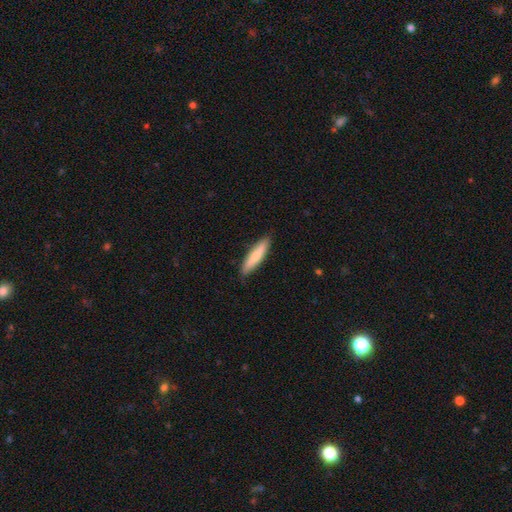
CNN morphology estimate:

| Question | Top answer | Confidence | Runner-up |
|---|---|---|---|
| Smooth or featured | smooth | 78% | featured or disk (17%) |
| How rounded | cigar-shaped | 80% | in between (19%) |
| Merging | none | 85% | minor disturbance (12%) |